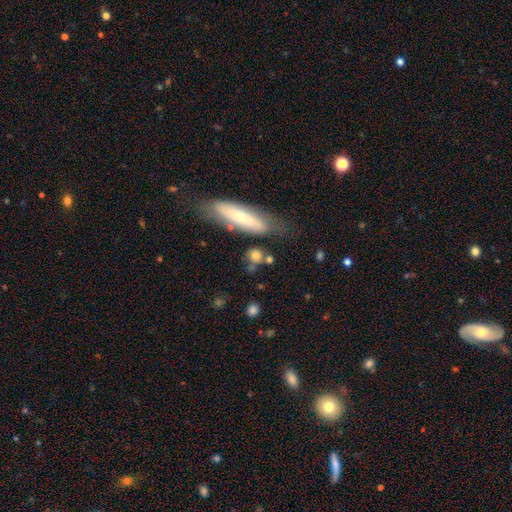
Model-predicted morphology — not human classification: A smooth galaxy with no disk features (76%) that is round (58%). Merging: none (63%).